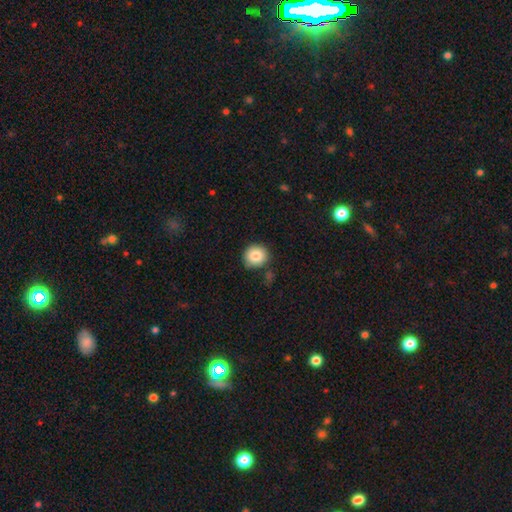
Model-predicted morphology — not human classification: Smooth or featured? smooth (84%)
How rounded? round (90%)
Merging? none (80%)